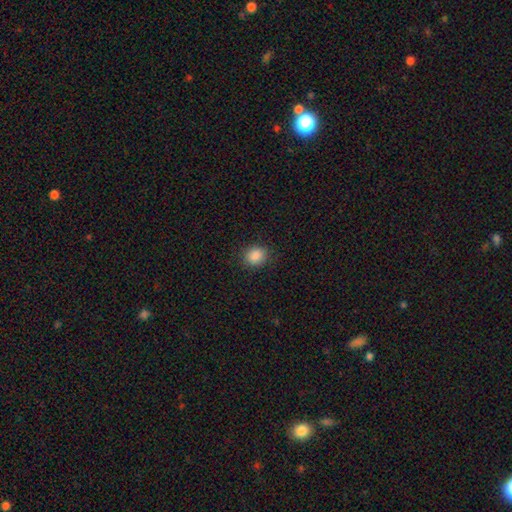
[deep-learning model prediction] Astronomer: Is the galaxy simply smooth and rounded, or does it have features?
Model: smooth — 87%.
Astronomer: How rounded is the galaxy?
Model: round — 72%.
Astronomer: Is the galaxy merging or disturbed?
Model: none — 86%.